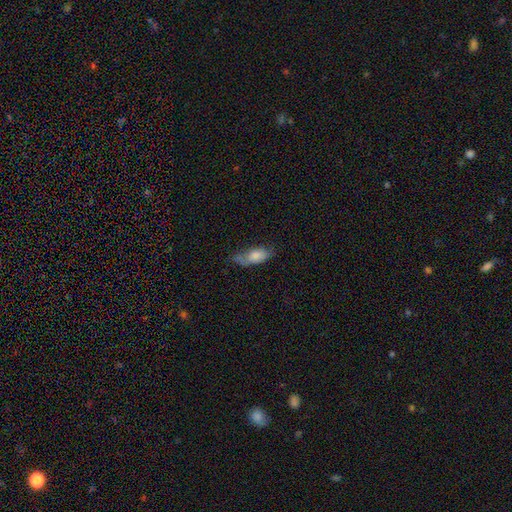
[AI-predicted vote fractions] This is likely a smooth galaxy (75%). How rounded: clearly in between (83%). Merging: marginally none (43%).